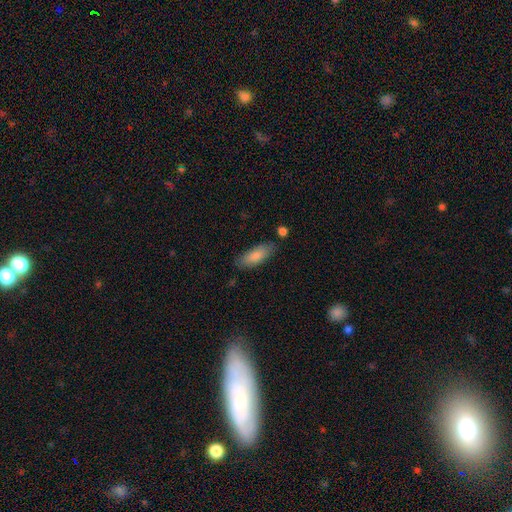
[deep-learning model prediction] Smooth or featured: smooth — 83% (featured or disk — 11%)
How rounded: in between — 70% (cigar-shaped — 28%)
Merging: none — 78% (minor disturbance — 15%)